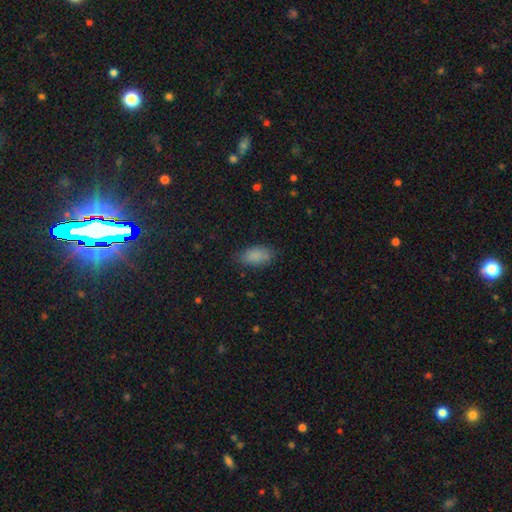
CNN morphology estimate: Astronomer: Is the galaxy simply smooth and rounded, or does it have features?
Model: smooth — 86%.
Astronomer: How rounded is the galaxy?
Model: in between — 91%.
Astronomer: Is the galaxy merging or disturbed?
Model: none — 77%.